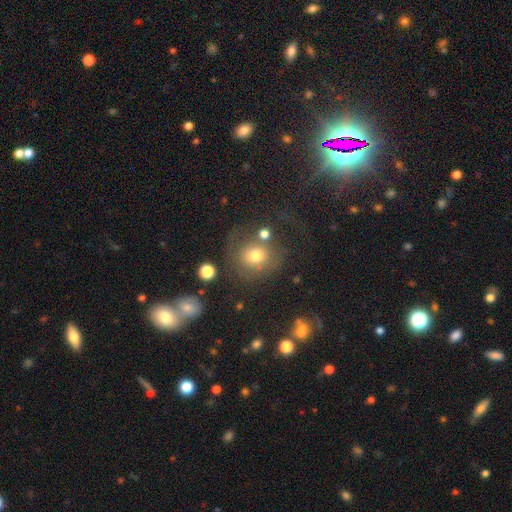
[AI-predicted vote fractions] Smooth or featured?
  - smooth: 66% *
  - featured or disk: 19%
  - star or artifact: 15%
How rounded?
  - round: 79% *
  - in between: 20%
  - cigar-shaped: 1%
Merging?
  - none: 51% *
  - major disturbance: 19%
  - minor disturbance: 17%
  - merger: 13%